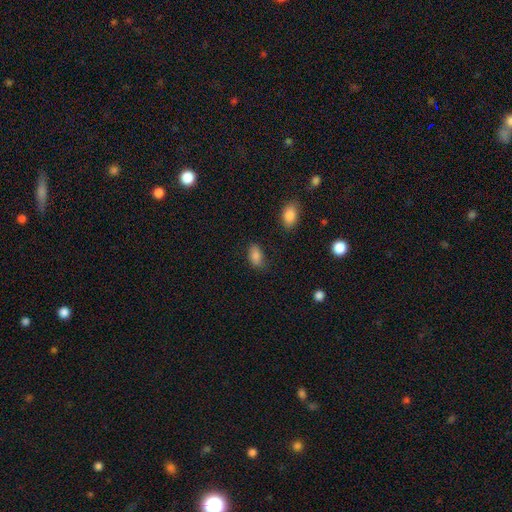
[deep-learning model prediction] Smooth or featured?
  - smooth: 85% *
  - star or artifact: 9%
  - featured or disk: 6%
How rounded?
  - in between: 91% *
  - round: 7%
  - cigar-shaped: 2%
Merging?
  - none: 74% *
  - minor disturbance: 19%
  - major disturbance: 5%
  - merger: 2%